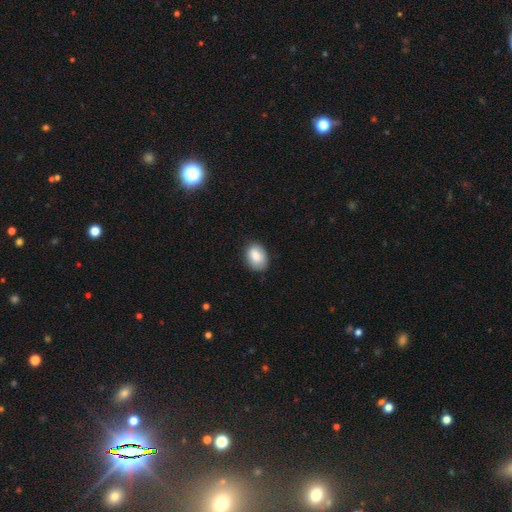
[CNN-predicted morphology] Q: Smooth or featured?
A: smooth (85%); runner-up: featured or disk (8%)
Q: How rounded?
A: in between (76%); runner-up: round (23%)
Q: Merging?
A: none (81%); runner-up: minor disturbance (16%)